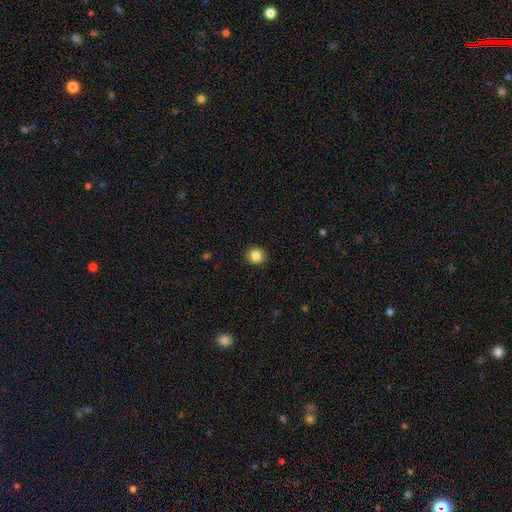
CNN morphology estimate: This is clearly a smooth galaxy (86%). How rounded: clearly round (87%). Merging: clearly none (91%).